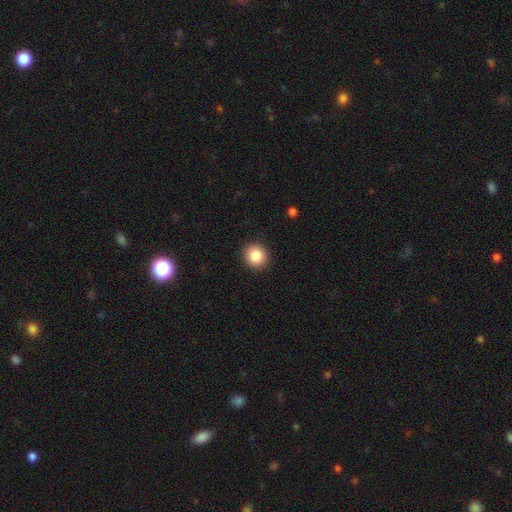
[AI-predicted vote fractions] smooth-or-featured: smooth: 86% | star or artifact: 9% | featured or disk: 5%
  how-rounded: round: 88% | in between: 11% | cigar-shaped: 1%
  merging: none: 92% | minor disturbance: 6% | major disturbance: 2% | merger: 1%